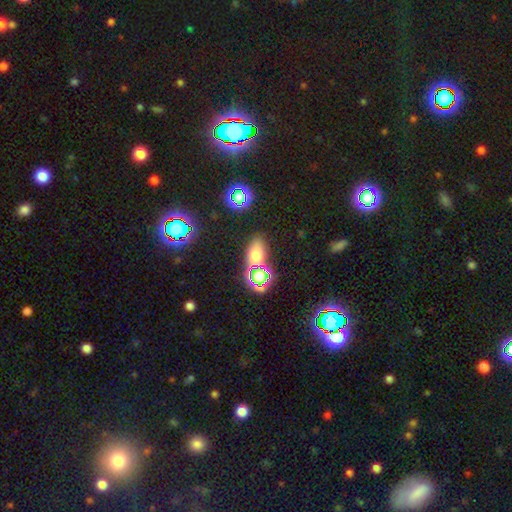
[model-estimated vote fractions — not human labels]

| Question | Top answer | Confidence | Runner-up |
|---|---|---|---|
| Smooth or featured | smooth | 61% | star or artifact (28%) |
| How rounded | in between | 79% | round (16%) |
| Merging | none | 75% | minor disturbance (11%) |